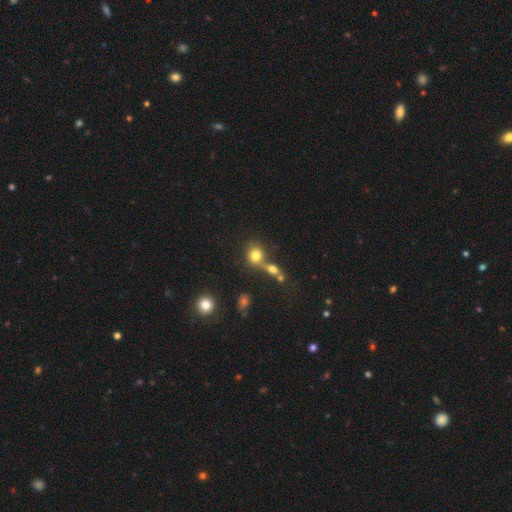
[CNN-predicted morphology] A smooth galaxy with no disk features (77%) that is round (79%). Merging: none (43%).